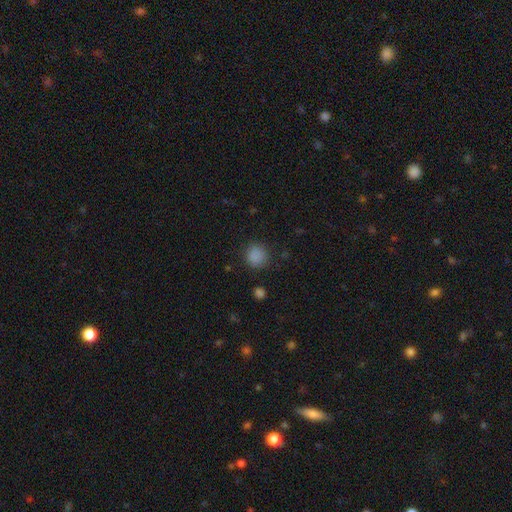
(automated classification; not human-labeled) smooth-or-featured: smooth: 85% | star or artifact: 12% | featured or disk: 4%
  how-rounded: round: 88% | in between: 11% | cigar-shaped: 1%
  merging: none: 84% | minor disturbance: 11% | major disturbance: 4% | merger: 1%